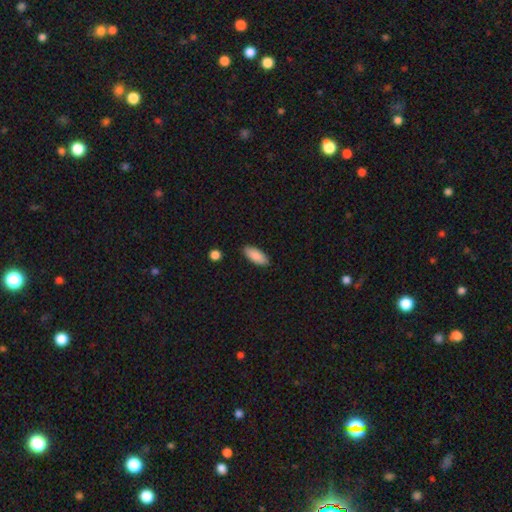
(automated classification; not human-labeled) Smooth or featured? smooth (88%)
How rounded? in between (82%)
Merging? none (87%)